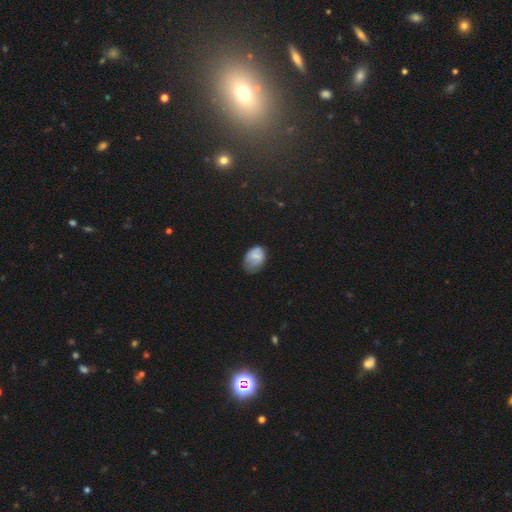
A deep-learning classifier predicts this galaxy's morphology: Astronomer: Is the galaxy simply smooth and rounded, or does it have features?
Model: smooth — 75%.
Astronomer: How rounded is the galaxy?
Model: in between — 77%.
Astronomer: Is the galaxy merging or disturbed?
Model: none — 47% (runner-up: minor disturbance, 38%).